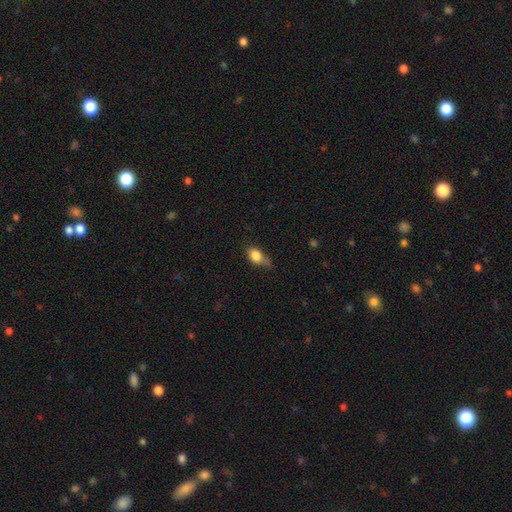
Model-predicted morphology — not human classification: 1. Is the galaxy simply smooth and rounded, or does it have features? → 82% smooth, 9% featured or disk, 9% star or artifact.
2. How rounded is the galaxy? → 70% in between, 27% round, 3% cigar-shaped.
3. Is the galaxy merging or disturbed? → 39% none, 36% minor disturbance, 16% major disturbance, 9% merger.